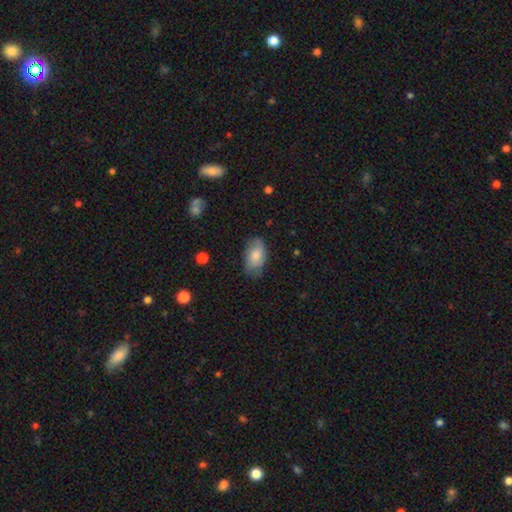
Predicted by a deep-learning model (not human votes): This is likely a smooth galaxy (78%). How rounded: clearly in between (93%). Merging: likely none (65%).